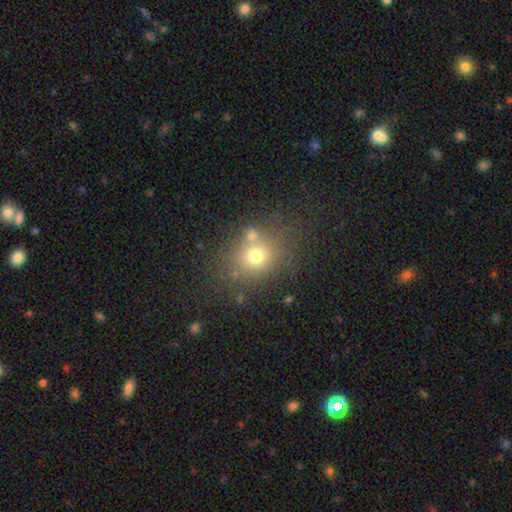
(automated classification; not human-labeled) This is likely a smooth galaxy (67%). How rounded: likely round (66%). Merging: likely none (66%).